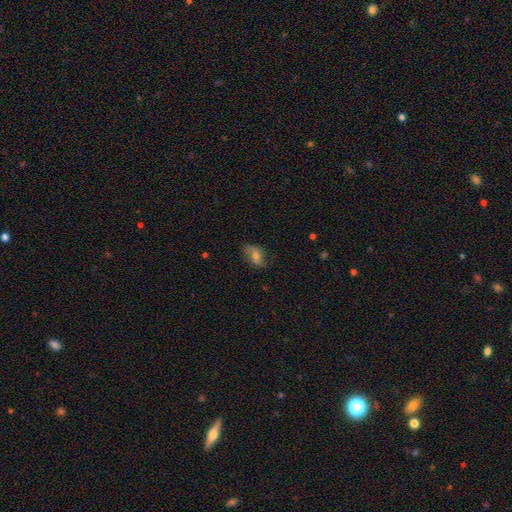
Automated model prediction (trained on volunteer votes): Smooth or featured?
  - smooth: 49% *
  - featured or disk: 40%
  - star or artifact: 11%
Merging?
  - none: 70% *
  - minor disturbance: 22%
  - major disturbance: 7%
  - merger: 1%